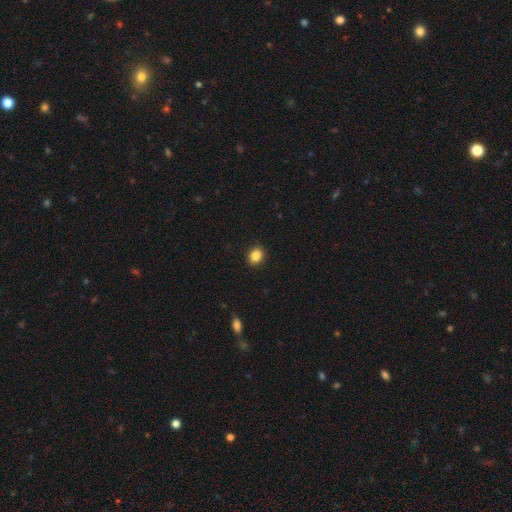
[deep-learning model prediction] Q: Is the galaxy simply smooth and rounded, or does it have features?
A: smooth — 86%.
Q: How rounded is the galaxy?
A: round — 60%.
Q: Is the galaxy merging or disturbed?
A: none — 91%.